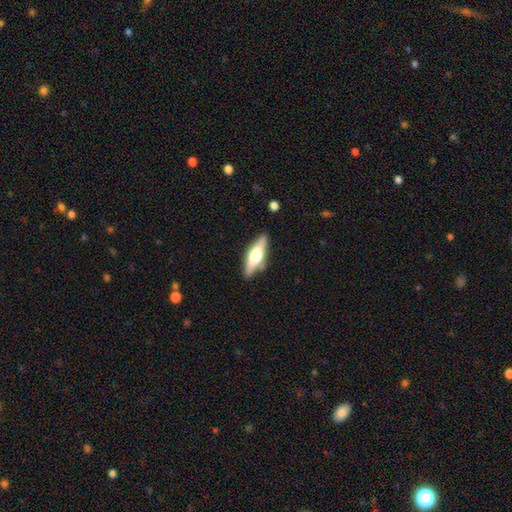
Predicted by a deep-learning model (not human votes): Smooth or featured? Predicted: featured or disk (p=0.51). Edge-on disk? Predicted: yes (p=0.92). Merging? Predicted: none (p=0.83).